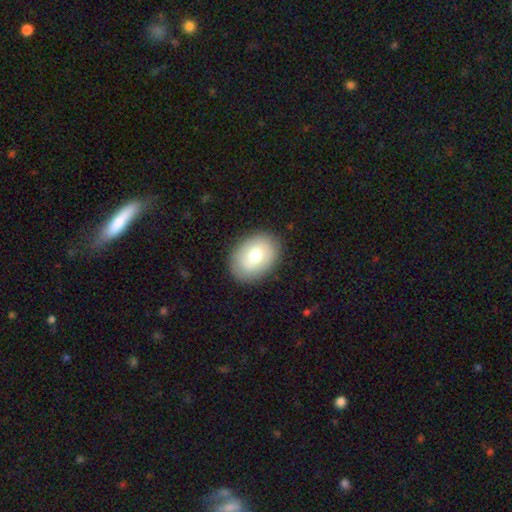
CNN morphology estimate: smooth-or-featured: smooth: 71% | featured or disk: 22% | star or artifact: 8%
  how-rounded: in between: 70% | round: 29% | cigar-shaped: 1%
  merging: none: 86% | minor disturbance: 10% | major disturbance: 3% | merger: 1%